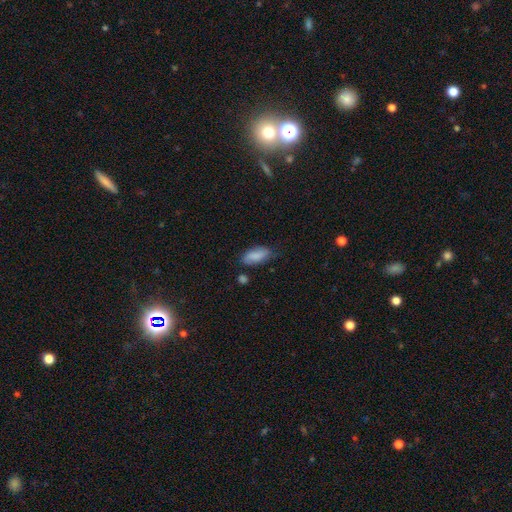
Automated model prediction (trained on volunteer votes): Morphology: type=smooth (79%); roundness=in between (87%); merging=none (62%).